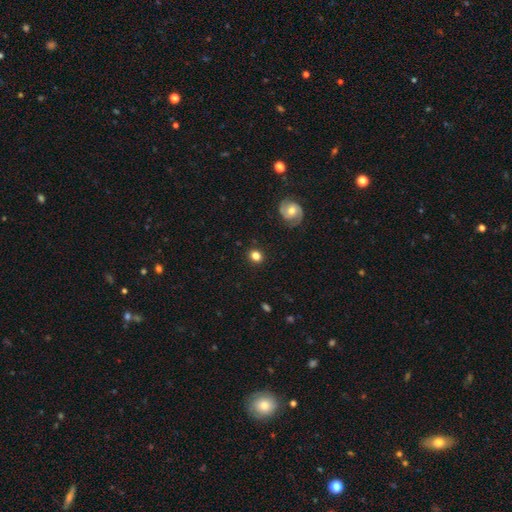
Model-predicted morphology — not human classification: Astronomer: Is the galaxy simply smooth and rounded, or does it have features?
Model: smooth — 81%.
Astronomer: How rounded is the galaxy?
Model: round — 75%.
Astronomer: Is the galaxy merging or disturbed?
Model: none — 89%.